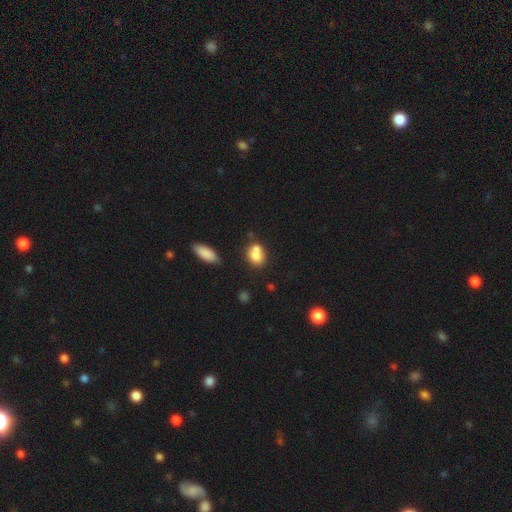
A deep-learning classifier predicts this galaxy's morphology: smooth 77%, featured or disk 13%, star or artifact 10%. Down the decision tree: how rounded — in between (54%); merging — merger (44%).